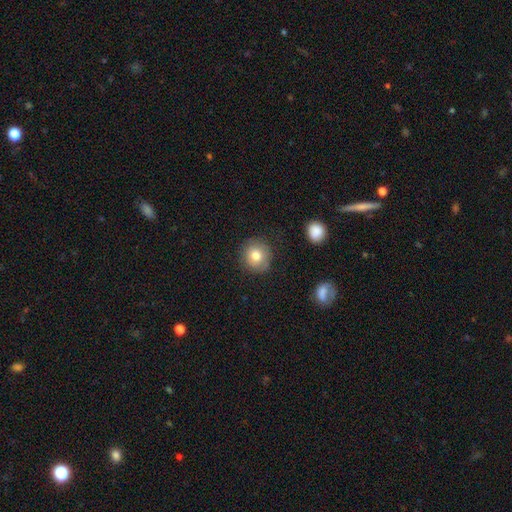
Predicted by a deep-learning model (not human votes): Smooth or featured? smooth (77%)
How rounded? round (89%)
Merging? none (82%)